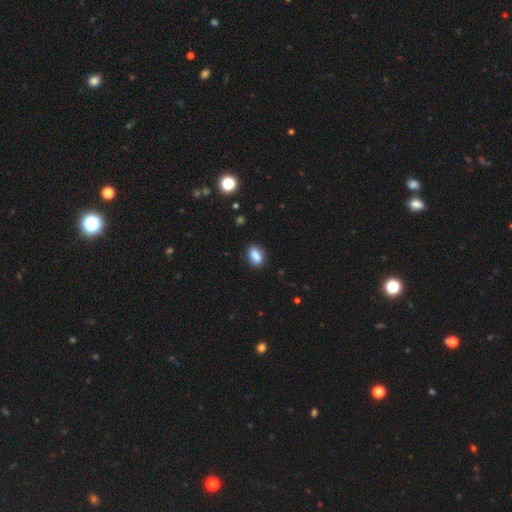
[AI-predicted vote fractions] Smooth or featured? smooth (85%)
How rounded? in between (84%)
Merging? none (74%)